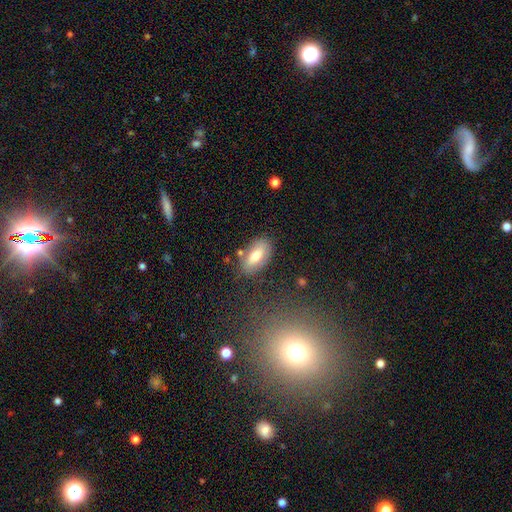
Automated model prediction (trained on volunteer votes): Overall: smooth (71%). How rounded: in between (89%). Merging: none (77%).